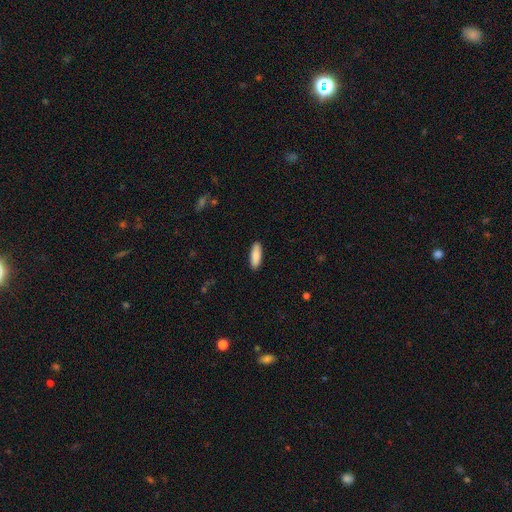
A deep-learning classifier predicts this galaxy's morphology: This is clearly a smooth galaxy (88%). How rounded: possibly in between (58%). Merging: clearly none (90%).